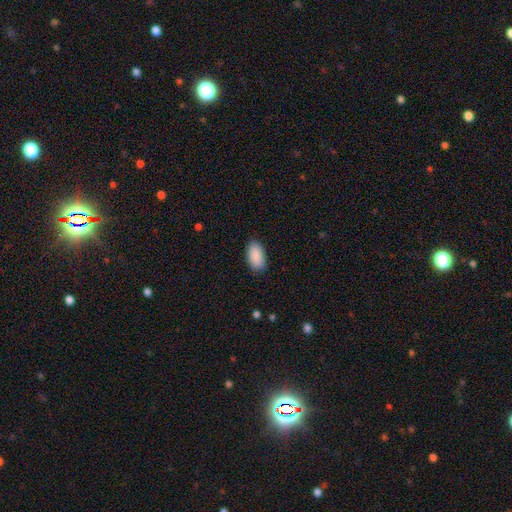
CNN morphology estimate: A smooth galaxy with no disk features (90%) that is in between round and cigar-shaped (95%). Merging: none (88%).